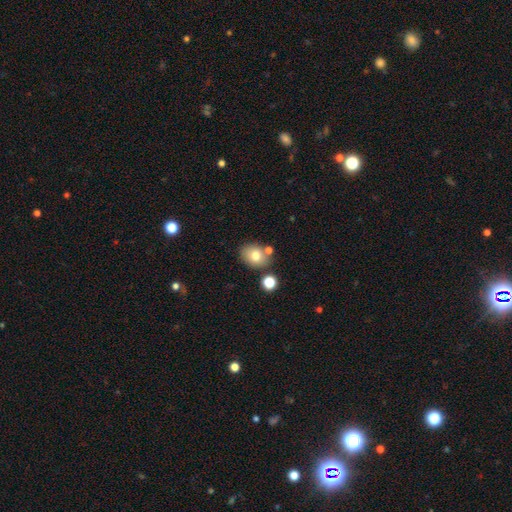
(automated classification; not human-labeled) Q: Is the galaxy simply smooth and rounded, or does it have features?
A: smooth — 76%.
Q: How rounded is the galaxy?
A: in between — 52%.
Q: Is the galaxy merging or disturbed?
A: none — 68%.